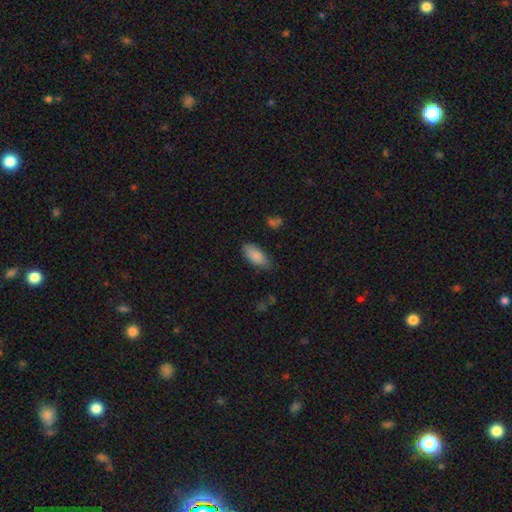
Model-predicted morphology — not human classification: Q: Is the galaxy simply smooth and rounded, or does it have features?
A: smooth — 88%.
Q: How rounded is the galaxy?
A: in between — 89%.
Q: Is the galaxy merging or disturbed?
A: none — 75%.